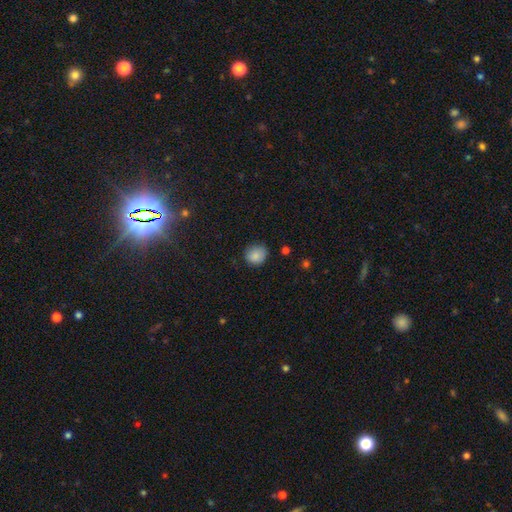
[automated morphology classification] Smooth or featured? smooth (85%)
How rounded? round (81%)
Merging? none (77%)